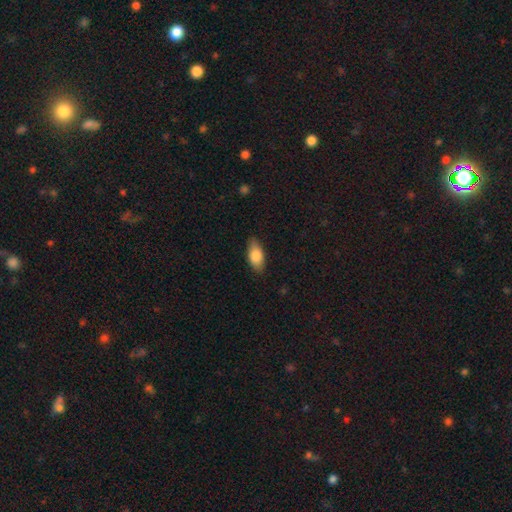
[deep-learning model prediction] Smooth or featured: smooth — 83% (featured or disk — 11%)
How rounded: in between — 89% (cigar-shaped — 8%)
Merging: none — 84% (minor disturbance — 13%)